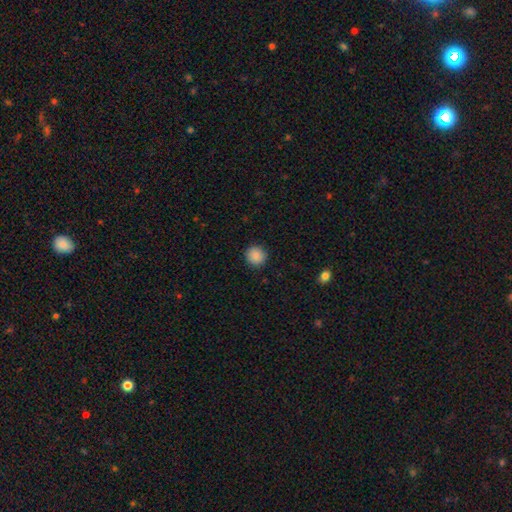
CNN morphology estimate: This is clearly a smooth galaxy (89%). How rounded: clearly round (93%). Merging: clearly none (91%).